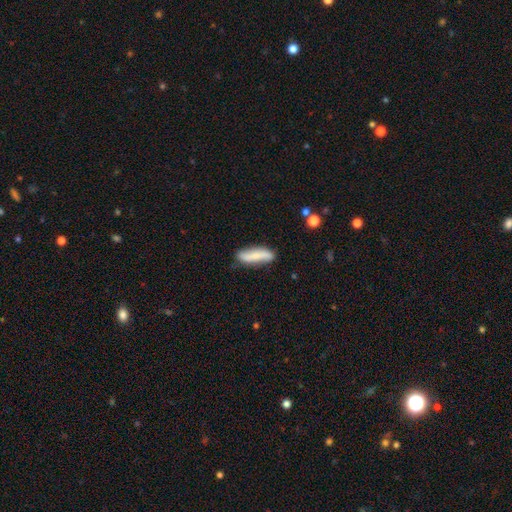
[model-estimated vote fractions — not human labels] This appears to be a smooth galaxy with no disk features (66%) that is cigar-shaped (64%). Merging: none (75%).